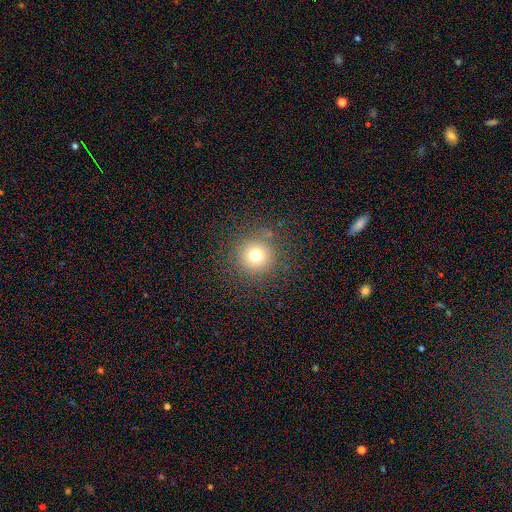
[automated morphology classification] This is likely a smooth galaxy (73%). How rounded: clearly round (95%). Merging: clearly none (86%).